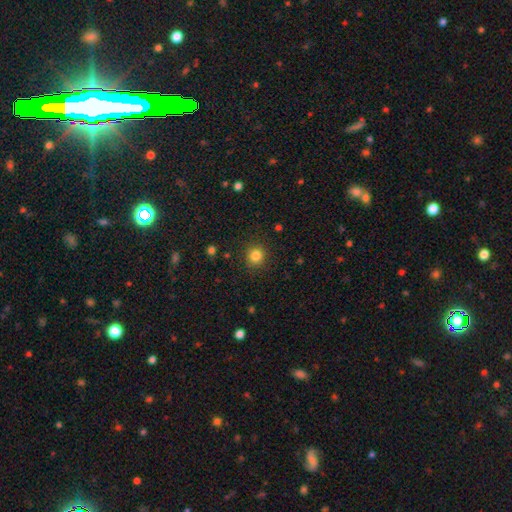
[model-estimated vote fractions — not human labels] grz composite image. It shows a smooth galaxy with no disk features (83%) that is round (90%). Merging: none (90%).